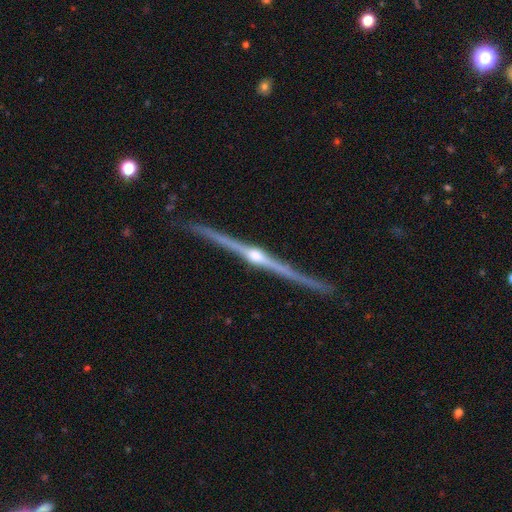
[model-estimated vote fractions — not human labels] The model was most divided on "merging": none: 91%, minor disturbance: 7%, major disturbance: 1%, merger: 1%. More confident: edge-on disk — yes (99%); edge-on bulge — rounded (94%); smooth or featured — featured or disk (91%).